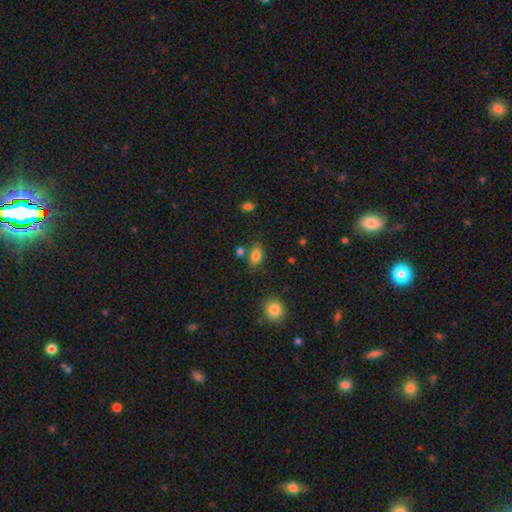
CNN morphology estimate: A smooth galaxy with no disk features (84%) that is in between round and cigar-shaped (85%). Merging: none (74%).